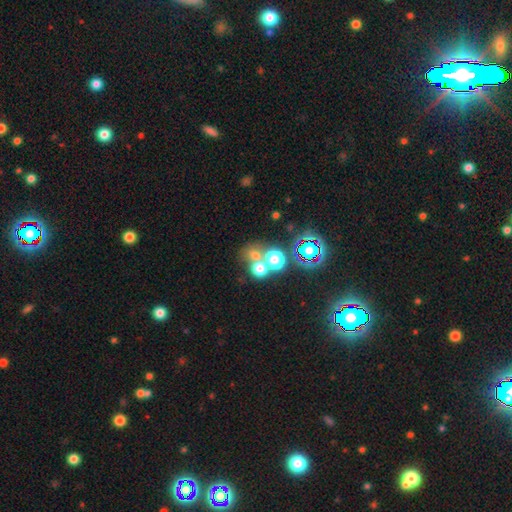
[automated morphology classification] type=smooth (59%); roundness=round (79%); merging=none (48%).